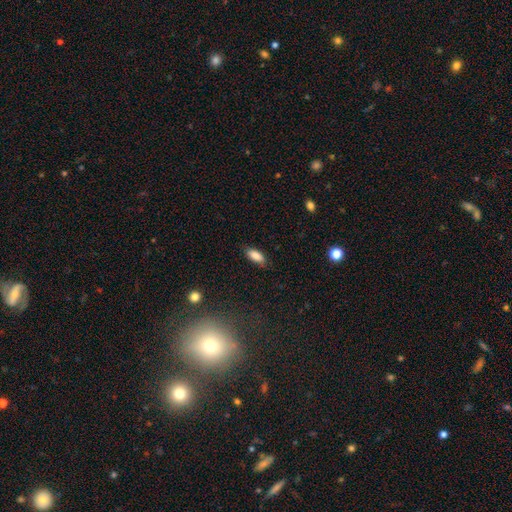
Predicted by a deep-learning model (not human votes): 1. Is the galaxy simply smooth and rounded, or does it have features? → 86% smooth, 8% star or artifact, 7% featured or disk.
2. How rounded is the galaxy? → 83% in between, 15% cigar-shaped, 2% round.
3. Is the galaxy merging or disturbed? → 80% none, 16% minor disturbance, 3% major disturbance, 1% merger.